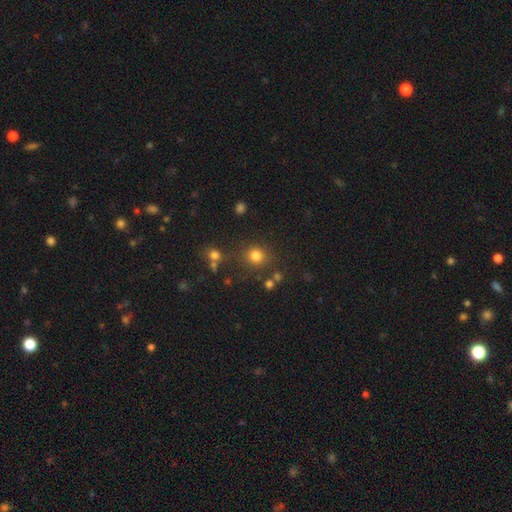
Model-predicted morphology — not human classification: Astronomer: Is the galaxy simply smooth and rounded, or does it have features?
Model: smooth — 79%.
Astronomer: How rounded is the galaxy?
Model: round — 88%.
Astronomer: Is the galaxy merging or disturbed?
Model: none — 78%.